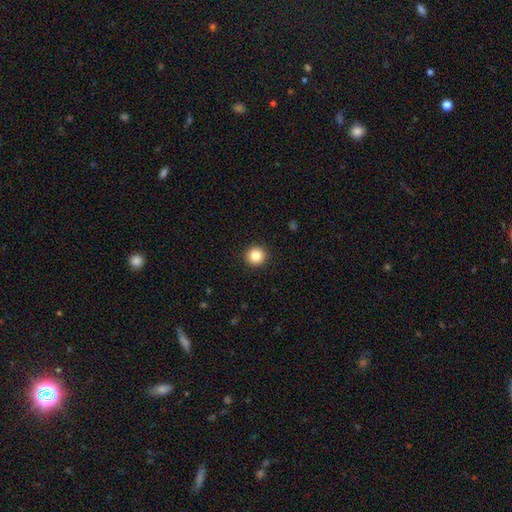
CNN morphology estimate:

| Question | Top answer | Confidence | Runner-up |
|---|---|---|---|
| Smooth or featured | smooth | 84% | star or artifact (11%) |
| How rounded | round | 95% | in between (4%) |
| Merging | none | 93% | minor disturbance (4%) |